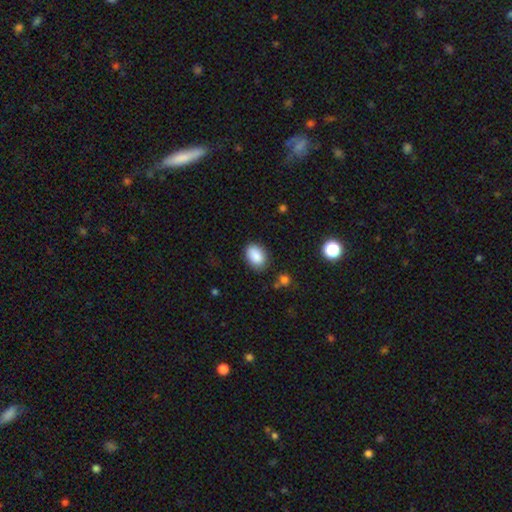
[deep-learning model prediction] The model was most divided on "merging": none: 82%, minor disturbance: 13%, major disturbance: 3%, merger: 2%. More confident: smooth or featured — smooth (88%); how rounded — in between (87%).